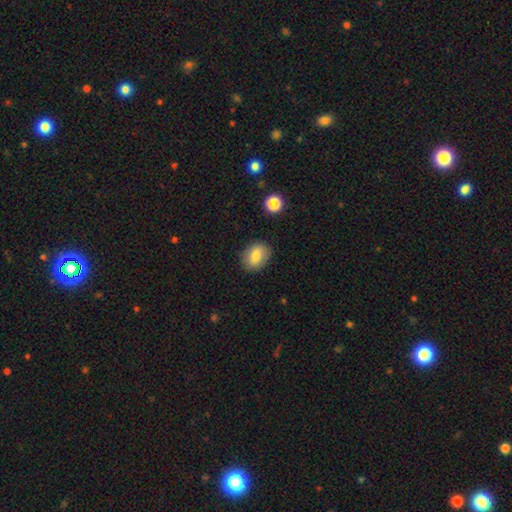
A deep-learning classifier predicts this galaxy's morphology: Q: Smooth or featured?
A: smooth (81%); runner-up: featured or disk (11%)
Q: How rounded?
A: in between (61%); runner-up: round (38%)
Q: Merging?
A: none (84%); runner-up: minor disturbance (11%)